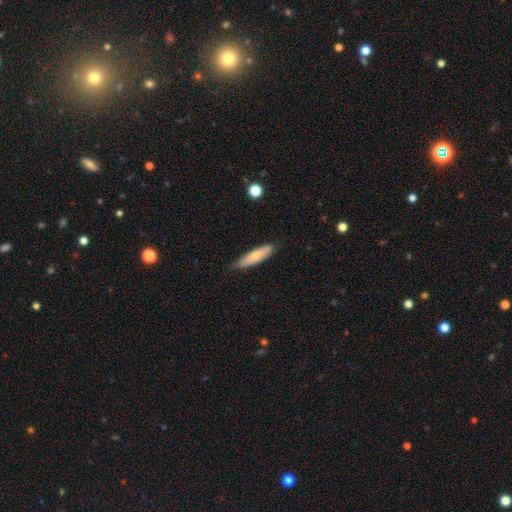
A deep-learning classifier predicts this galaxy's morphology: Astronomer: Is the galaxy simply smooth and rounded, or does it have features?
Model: smooth — 72%.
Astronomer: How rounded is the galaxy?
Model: cigar-shaped — 68%.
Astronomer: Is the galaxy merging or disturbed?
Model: none — 78%.